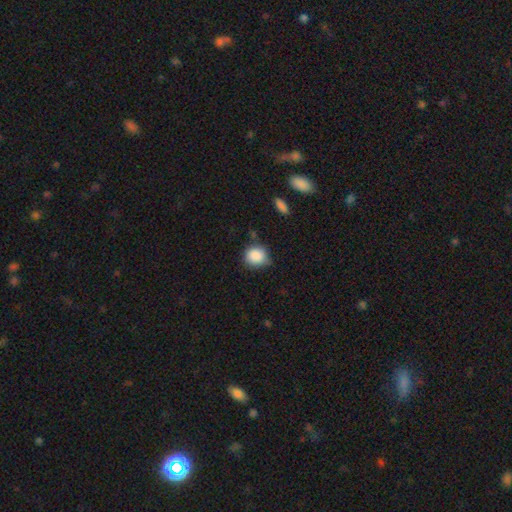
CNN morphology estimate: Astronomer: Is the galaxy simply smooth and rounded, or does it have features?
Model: smooth — 87%.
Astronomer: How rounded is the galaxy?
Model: round — 76%.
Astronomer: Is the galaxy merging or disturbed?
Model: none — 66%.